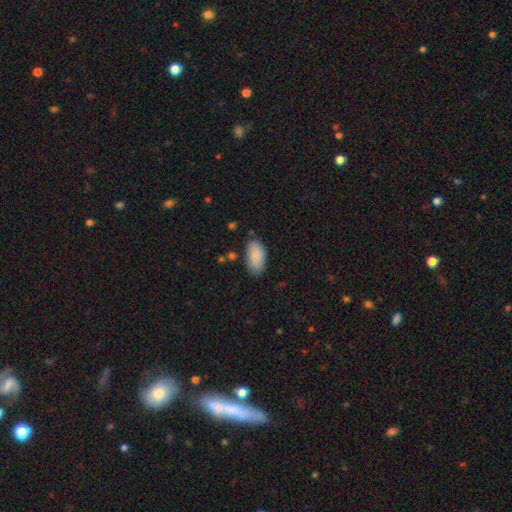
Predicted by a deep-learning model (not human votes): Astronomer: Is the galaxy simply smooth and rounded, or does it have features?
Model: smooth — 89%.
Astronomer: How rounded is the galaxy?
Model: in between — 94%.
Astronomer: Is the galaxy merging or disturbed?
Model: none — 79%.